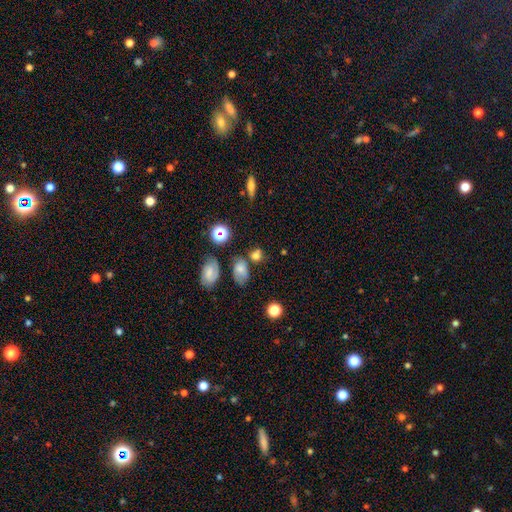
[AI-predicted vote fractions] Morphology: type=smooth (68%); roundness=in between (57%); merging=none (57%).